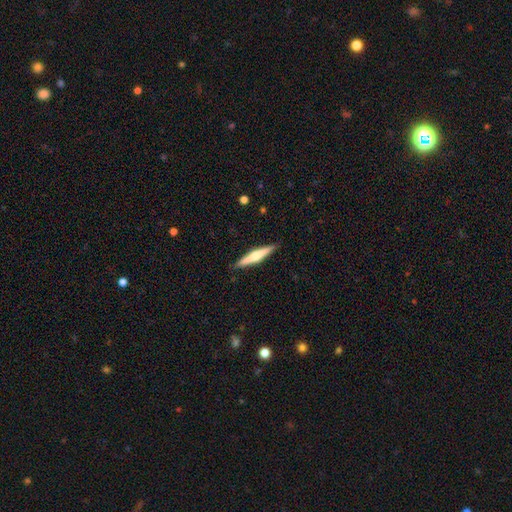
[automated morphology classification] A featured or disk galaxy (55%) viewed edge-on (97%) with a rounded central bulge (79%). Merging: none (90%).